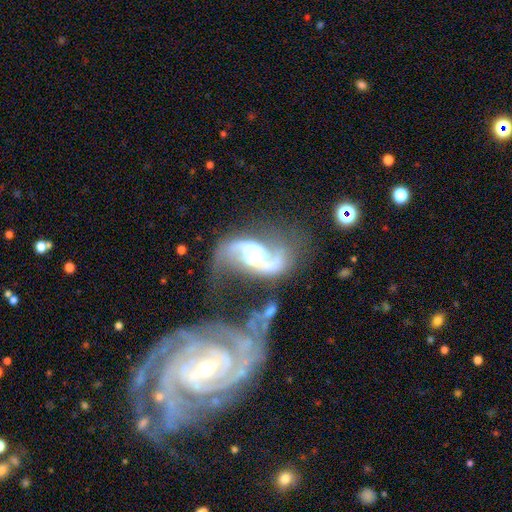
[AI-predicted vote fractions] This appears to be a featured or disk galaxy (90%) with a weak bar (41%), 2 (91%) loose (44%, tied with medium) spiral arms (97%) and a moderate central bulge (35%). Merging: none (36%).